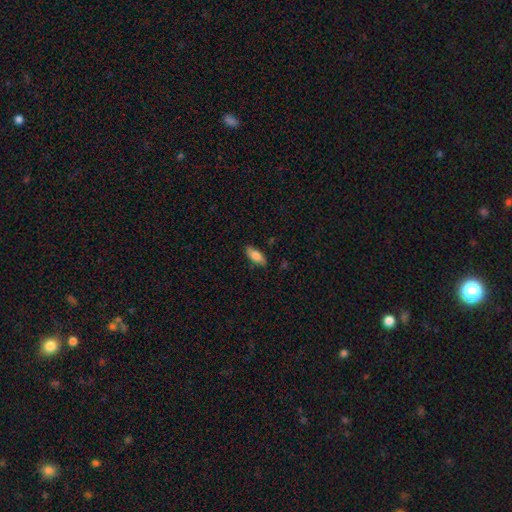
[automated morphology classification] smooth 82%, featured or disk 12%, star or artifact 6%. Down the decision tree: how rounded — in between (84%); merging — none (81%).